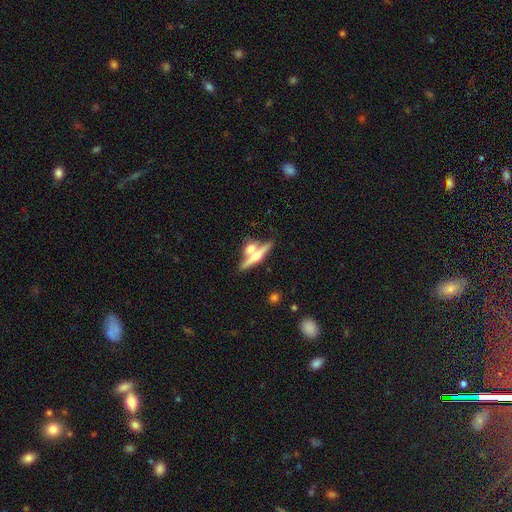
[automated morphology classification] A featured or disk galaxy (66%) viewed edge-on (93%) with a rounded central bulge (91%).

Vote fractions:
- Smooth or featured? featured or disk: 66% / smooth: 27% / star or artifact: 7%
- Edge-on disk? yes: 93% / no: 7%
- Edge-on bulge? rounded: 91% / none: 5% / boxy: 4%
- Merging? none: 49% / merger: 38% / minor disturbance: 9% / major disturbance: 4%